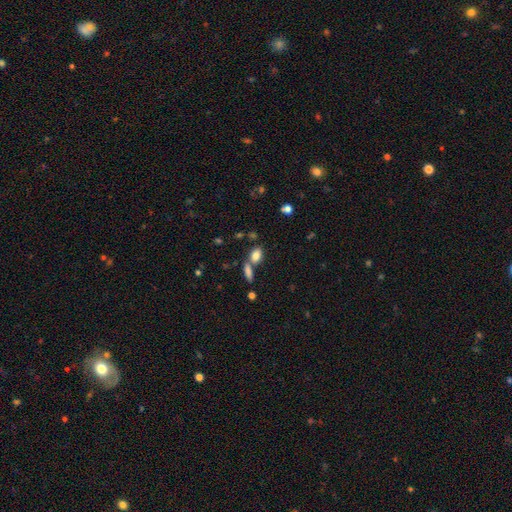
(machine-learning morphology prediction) Overall: smooth (82%). How rounded: in between (83%). Merging: none (54%; merger 32%).